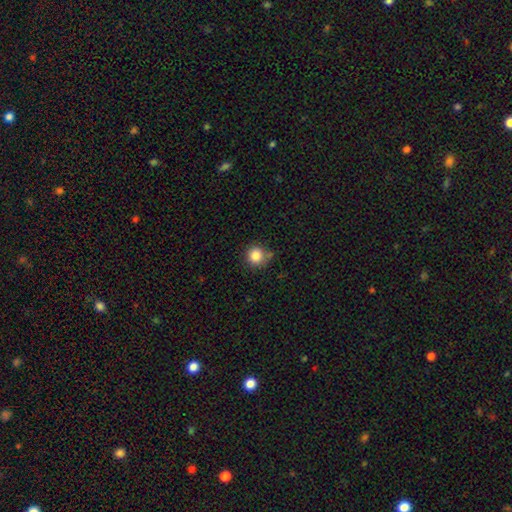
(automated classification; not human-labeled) This is clearly a smooth galaxy (86%). How rounded: clearly round (93%). Merging: likely none (76%).